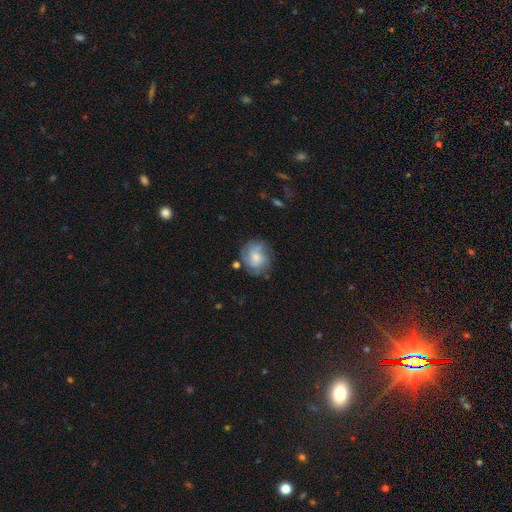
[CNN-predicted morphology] This is possibly a featured or disk galaxy (58%). It is clearly not viewed edge-on (97%). Bar: likely no (69%). Spiral arm pattern: clearly yes (84%). Central bulge: possibly moderate (46%). Merging: likely none (71%).